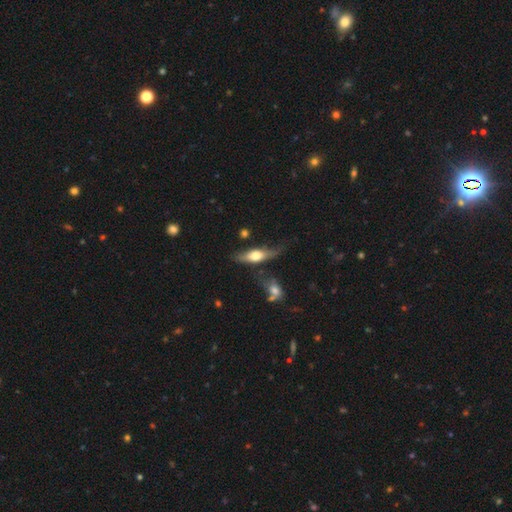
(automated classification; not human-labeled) This is possibly a featured or disk galaxy (48%). Merging: possibly none (47%).